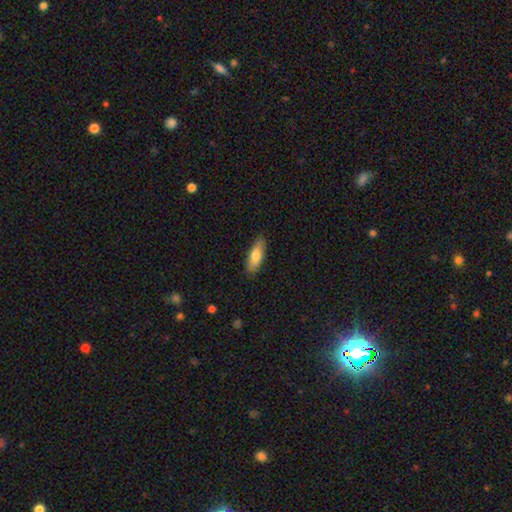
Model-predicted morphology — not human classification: smooth_or_featured: smooth (p=0.74) [alt: featured or disk p=0.20]
how_rounded: in between (p=0.59) [alt: cigar-shaped p=0.38]
merging: none (p=0.86) [alt: minor disturbance p=0.11]